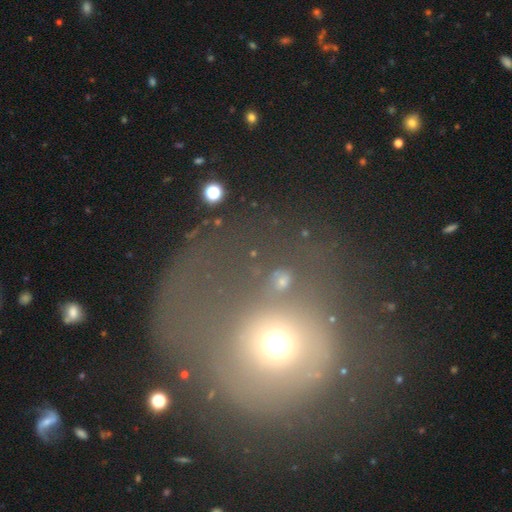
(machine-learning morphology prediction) This is possibly a smooth galaxy (52%). How rounded: clearly round (88%). Merging: marginally major disturbance (39%).